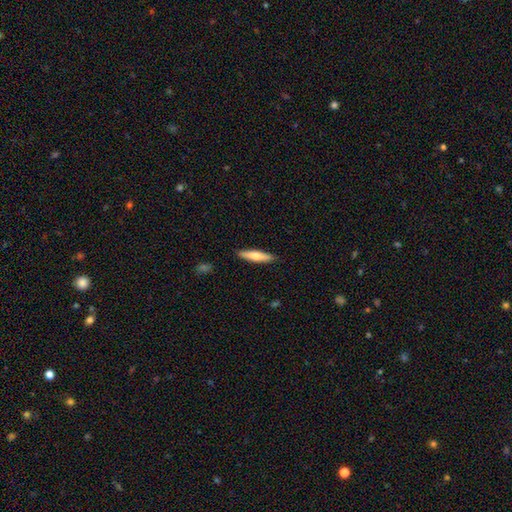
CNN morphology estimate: type=smooth (67%); roundness=cigar-shaped (81%); merging=none (89%).